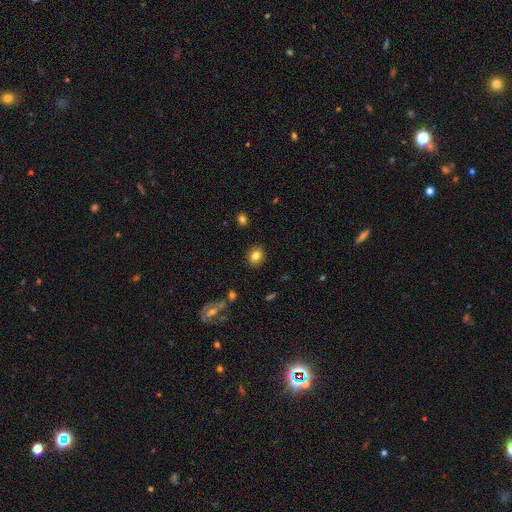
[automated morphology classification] Smooth or featured?
  - smooth: 81% *
  - star or artifact: 10%
  - featured or disk: 9%
How rounded?
  - round: 57% *
  - in between: 42%
  - cigar-shaped: 1%
Merging?
  - none: 88% *
  - minor disturbance: 8%
  - major disturbance: 2%
  - merger: 1%